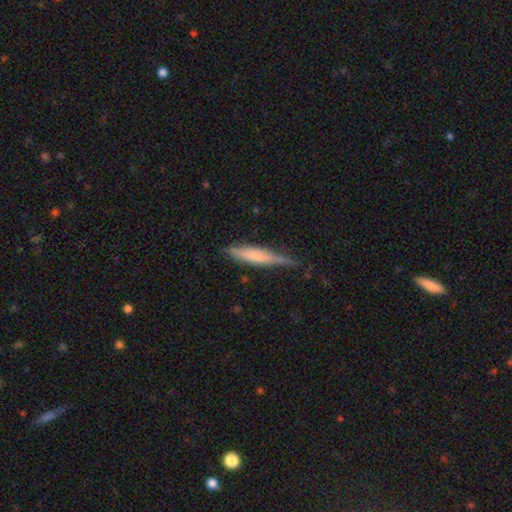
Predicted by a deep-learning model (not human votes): A smooth galaxy with no disk features (61%) that is cigar-shaped (89%). Merging: none (61%).